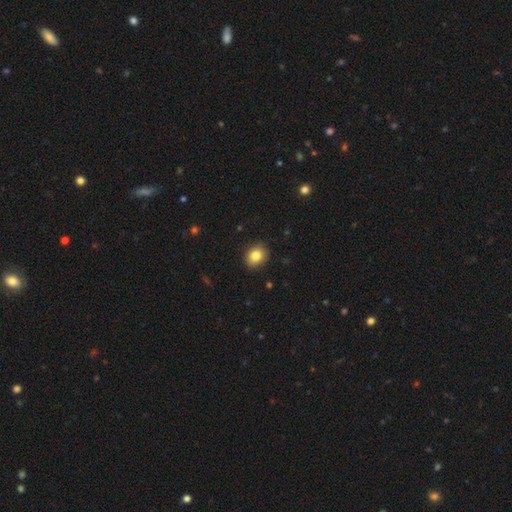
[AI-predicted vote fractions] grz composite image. It shows a smooth galaxy with no disk features (84%) that is round (59%). Merging: none (90%).